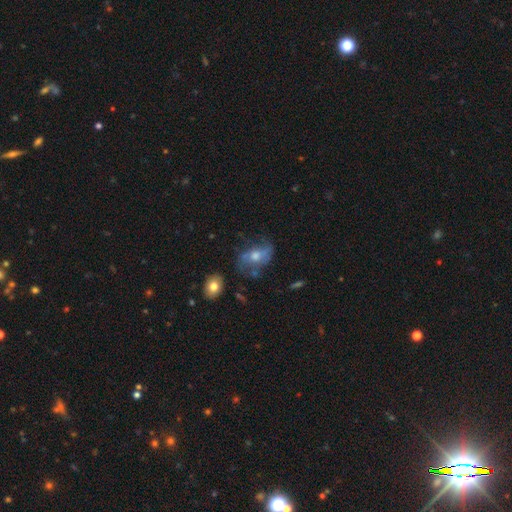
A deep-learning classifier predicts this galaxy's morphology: Smooth or featured: featured or disk — 51% (smooth — 36%)
Edge-on disk: no — 91% (yes — 9%)
Merging: none — 54% (minor disturbance — 26%)